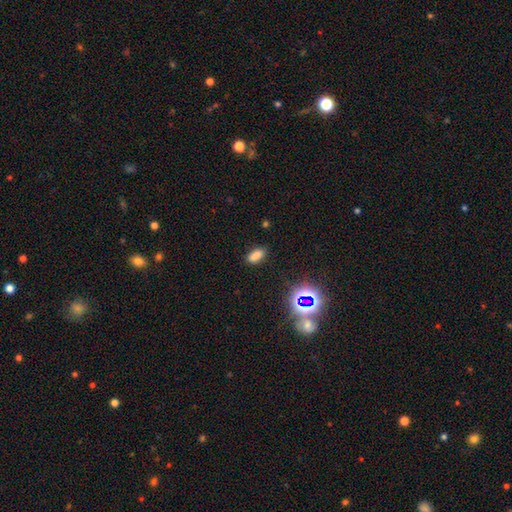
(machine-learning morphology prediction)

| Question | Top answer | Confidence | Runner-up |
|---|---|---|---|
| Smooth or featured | smooth | 76% | star or artifact (18%) |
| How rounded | in between | 84% | cigar-shaped (11%) |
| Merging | none | 85% | minor disturbance (11%) |